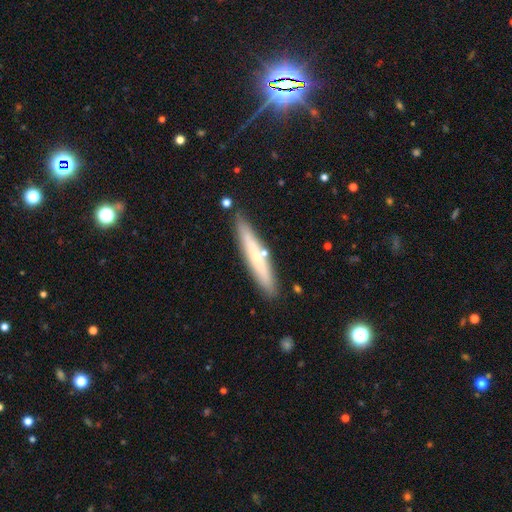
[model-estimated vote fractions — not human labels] smooth_or_featured: smooth (p=0.52) [alt: featured or disk p=0.41]
how_rounded: cigar-shaped (p=0.92) [alt: in between p=0.06]
merging: none (p=0.84) [alt: minor disturbance p=0.10]